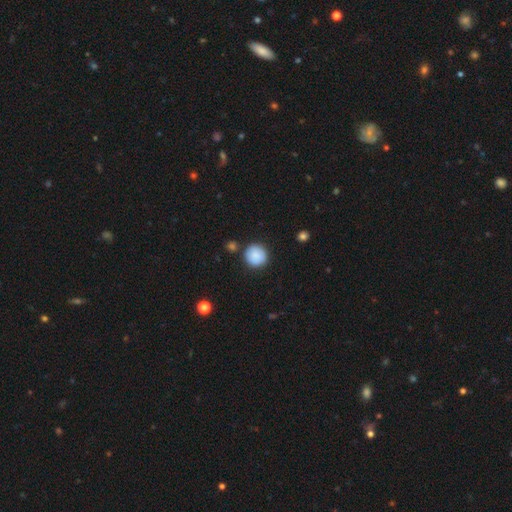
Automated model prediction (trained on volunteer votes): Smooth or featured: smooth — 87% (star or artifact — 7%)
How rounded: round — 94% (in between — 5%)
Merging: none — 86% (minor disturbance — 8%)